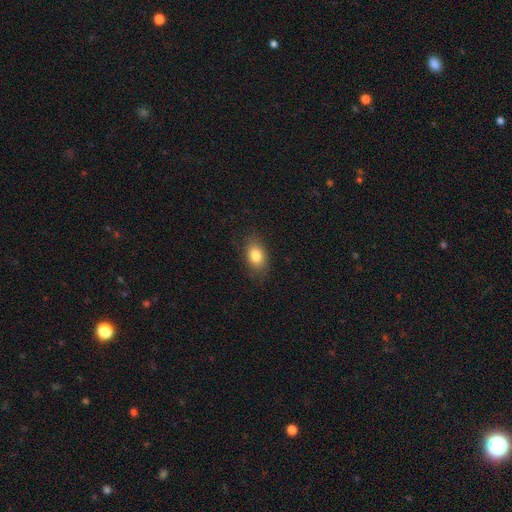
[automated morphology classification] Q: Smooth or featured?
A: smooth (82%); runner-up: featured or disk (10%)
Q: How rounded?
A: in between (84%); runner-up: round (14%)
Q: Merging?
A: none (82%); runner-up: minor disturbance (13%)